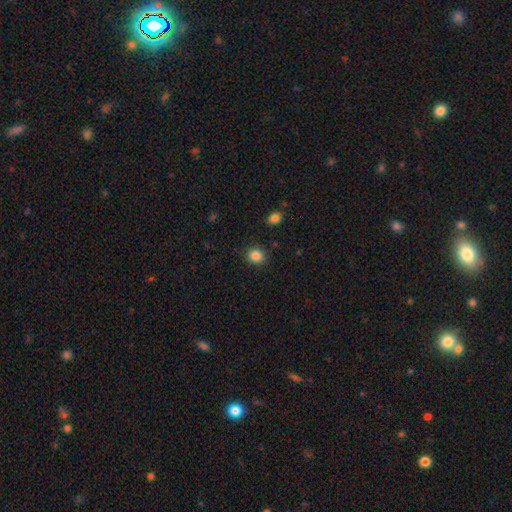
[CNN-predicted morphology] type=smooth (86%); roundness=round (78%); merging=none (88%).